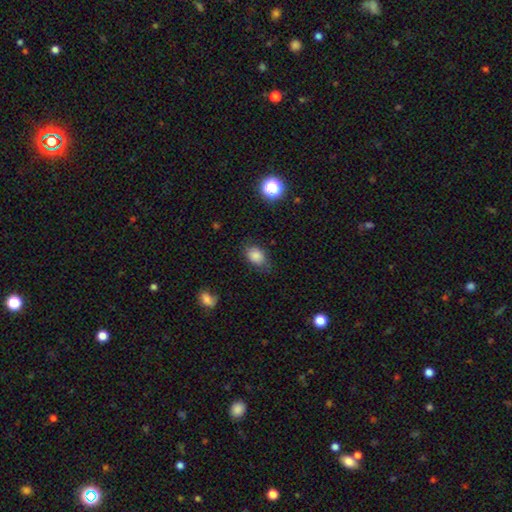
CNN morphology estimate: Overall: smooth (84%). How rounded: in between (75%). Merging: none (69%).